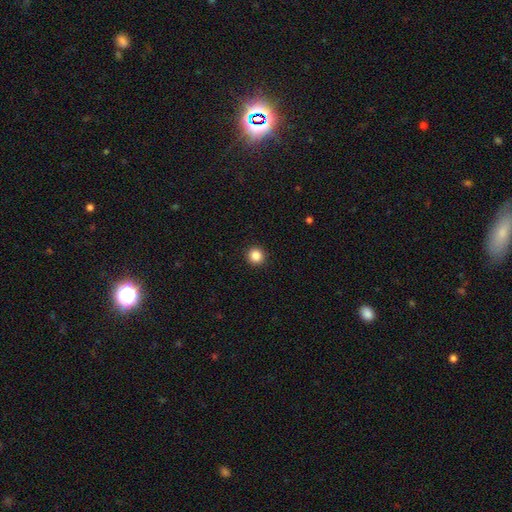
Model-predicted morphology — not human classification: type=smooth (85%); roundness=round (95%); merging=none (93%).